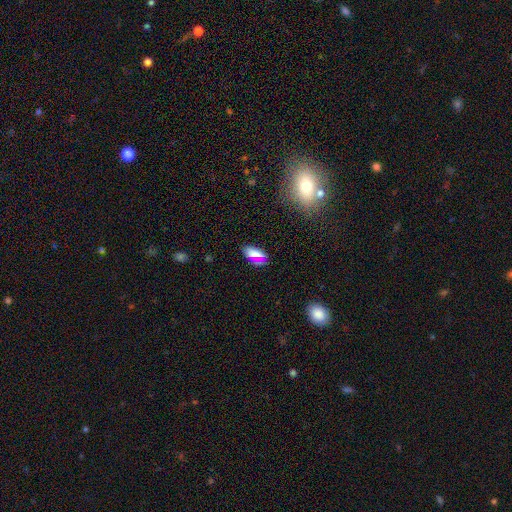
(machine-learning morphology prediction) Smooth or featured?
  - smooth: 71% *
  - star or artifact: 16%
  - featured or disk: 13%
How rounded?
  - in between: 85% *
  - cigar-shaped: 10%
  - round: 5%
Merging?
  - none: 75% *
  - minor disturbance: 17%
  - major disturbance: 5%
  - merger: 3%